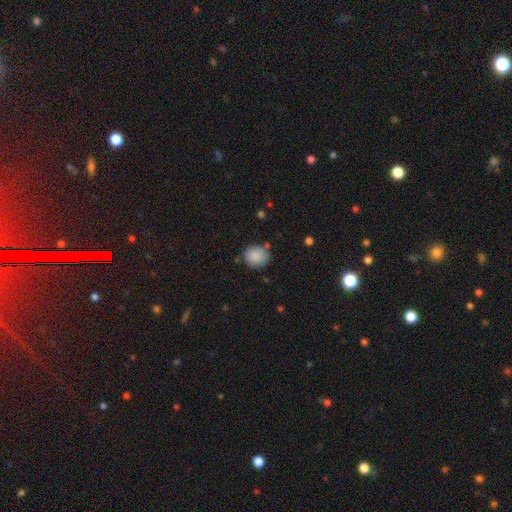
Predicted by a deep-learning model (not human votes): A smooth galaxy with no disk features (87%) that is round (83%).

Vote fractions:
- Smooth or featured? smooth: 87% / star or artifact: 8% / featured or disk: 5%
- How rounded? round: 83% / in between: 16% / cigar-shaped: 1%
- Merging? none: 75% / minor disturbance: 17% / merger: 4% / major disturbance: 4%